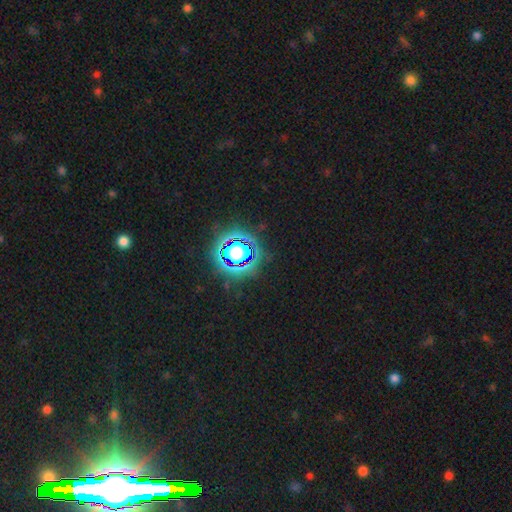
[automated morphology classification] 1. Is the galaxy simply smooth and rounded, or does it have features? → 79% star or artifact, 13% smooth, 8% featured or disk.